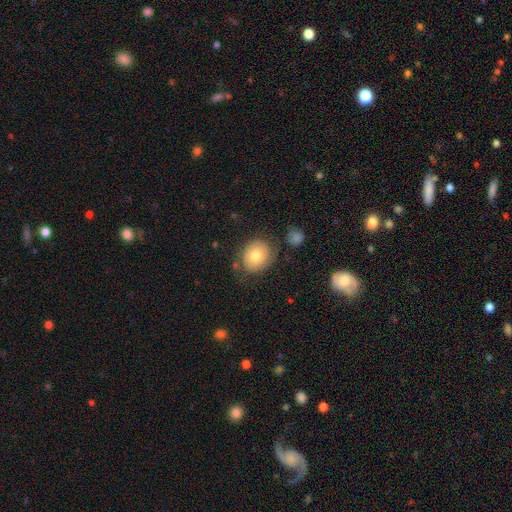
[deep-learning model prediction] Morphology: type=smooth (74%); roundness=round (71%); merging=none (72%).